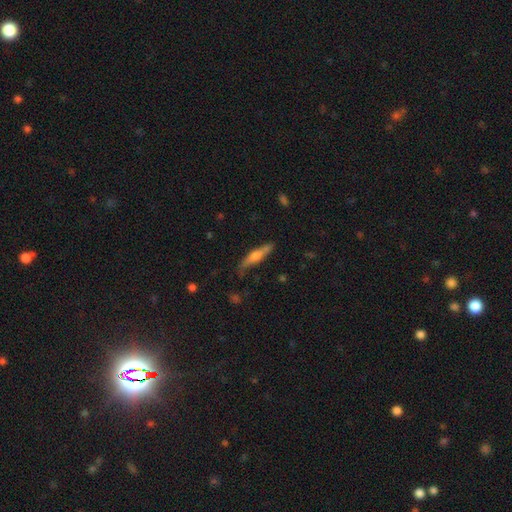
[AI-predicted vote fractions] smooth 49%, featured or disk 45%, star or artifact 6%. Down the decision tree: merging — none (76%).